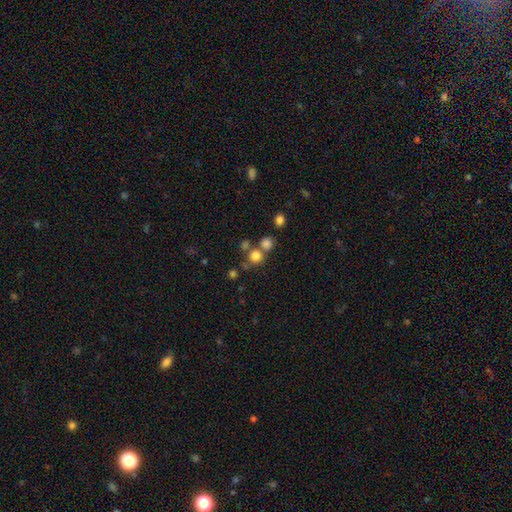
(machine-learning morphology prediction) smooth_or_featured: smooth (p=0.76) [alt: star or artifact p=0.16]
how_rounded: round (p=0.91) [alt: in between p=0.08]
merging: none (p=0.61) [alt: merger p=0.28]